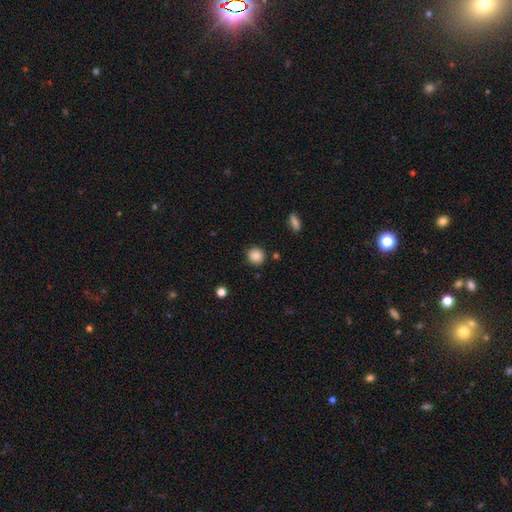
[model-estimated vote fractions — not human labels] Smooth or featured? smooth (88%)
How rounded? round (92%)
Merging? none (88%)